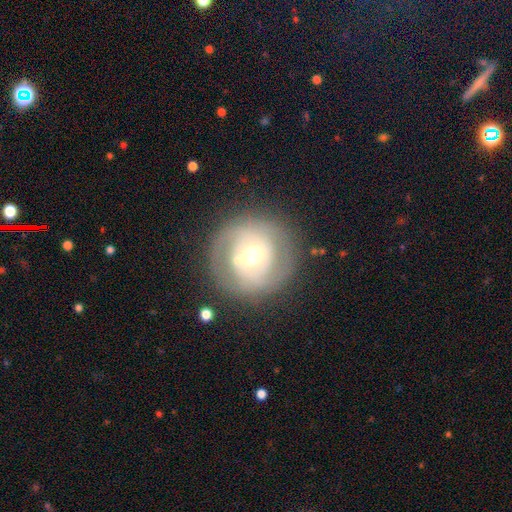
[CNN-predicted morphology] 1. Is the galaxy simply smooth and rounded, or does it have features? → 64% featured or disk, 29% smooth, 7% star or artifact.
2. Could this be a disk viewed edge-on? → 96% no, 4% yes.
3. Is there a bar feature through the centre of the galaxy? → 49% no, 35% weak, 16% strong.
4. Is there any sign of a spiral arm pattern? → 50% yes (tied), 50% no (tied).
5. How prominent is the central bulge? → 64% moderate, 25% small, 8% large, 1% dominant, 1% none.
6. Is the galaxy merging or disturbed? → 73% none, 15% minor disturbance, 8% major disturbance, 4% merger.